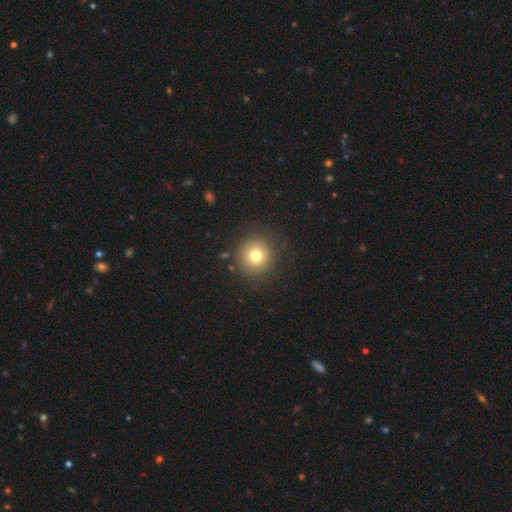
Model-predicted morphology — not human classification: This is likely a smooth galaxy (76%). How rounded: clearly round (95%). Merging: clearly none (88%).